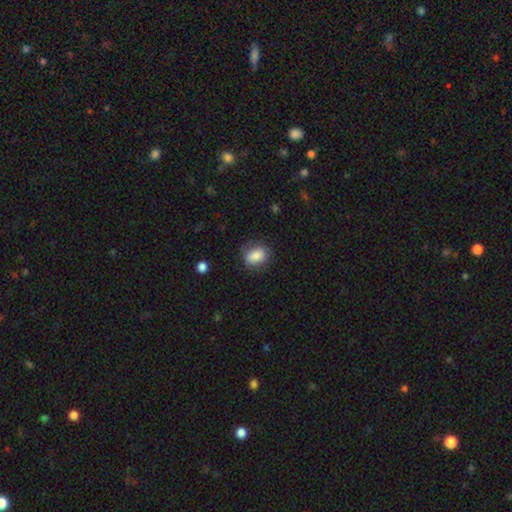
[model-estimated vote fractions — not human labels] The model was most divided on "how rounded": in between: 73%, round: 25%, cigar-shaped: 2%. More confident: smooth or featured — smooth (83%); merging — none (77%).